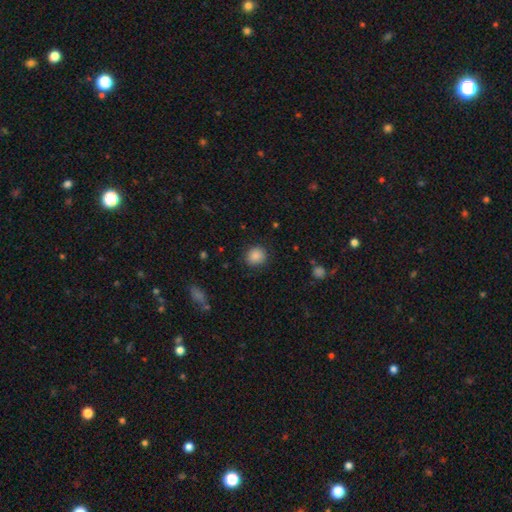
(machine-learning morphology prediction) This appears to be a smooth galaxy with no disk features (87%) that is round (84%). Merging: none (87%).